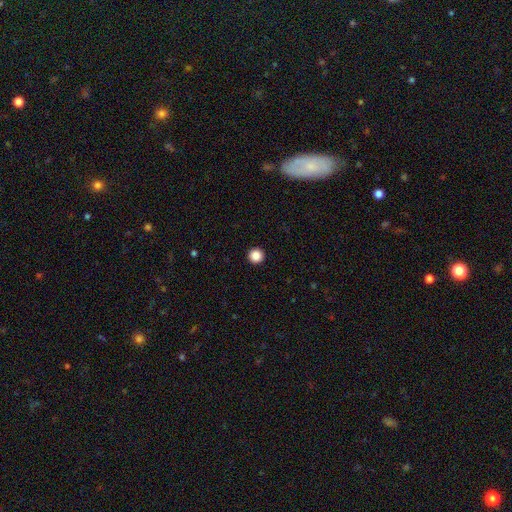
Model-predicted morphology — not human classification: Smooth or featured? Predicted: smooth (p=0.87). How rounded? Predicted: round (p=0.97). Merging? Predicted: none (p=0.94).